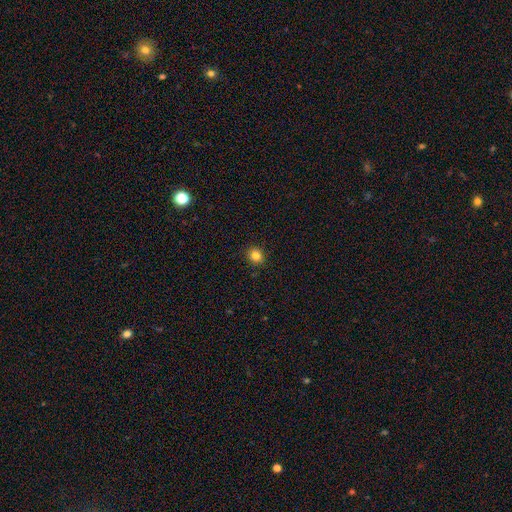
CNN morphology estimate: Q: Smooth or featured?
A: smooth (83%); runner-up: star or artifact (12%)
Q: How rounded?
A: round (82%); runner-up: in between (18%)
Q: Merging?
A: none (91%); runner-up: minor disturbance (6%)